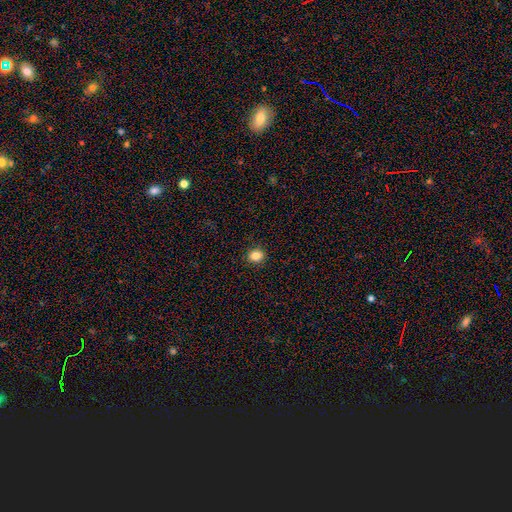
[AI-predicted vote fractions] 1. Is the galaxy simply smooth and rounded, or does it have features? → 84% smooth, 11% star or artifact, 5% featured or disk.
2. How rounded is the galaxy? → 76% round, 23% in between, 1% cigar-shaped.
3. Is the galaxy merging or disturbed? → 90% none, 7% minor disturbance, 2% major disturbance, 1% merger.